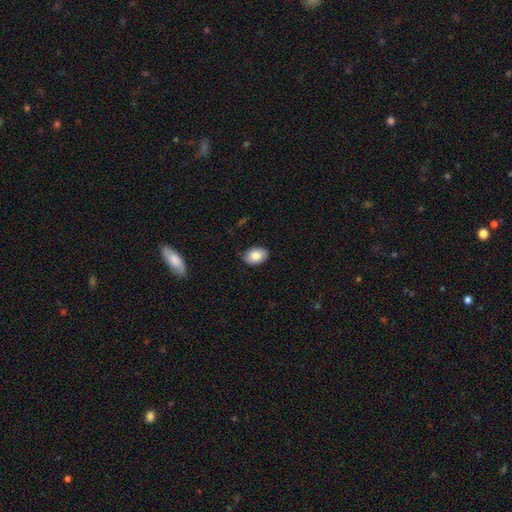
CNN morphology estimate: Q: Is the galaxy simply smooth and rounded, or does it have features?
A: smooth — 83%.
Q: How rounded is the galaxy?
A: in between — 85%.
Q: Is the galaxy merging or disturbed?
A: none — 84%.